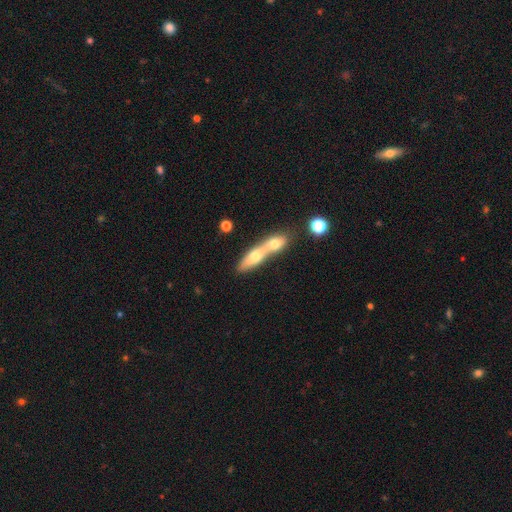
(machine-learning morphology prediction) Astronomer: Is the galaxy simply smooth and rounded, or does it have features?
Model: smooth — 60%.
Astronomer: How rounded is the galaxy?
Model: cigar-shaped — 50% (runner-up: in between, 42%).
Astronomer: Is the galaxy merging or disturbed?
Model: merger — 71%.